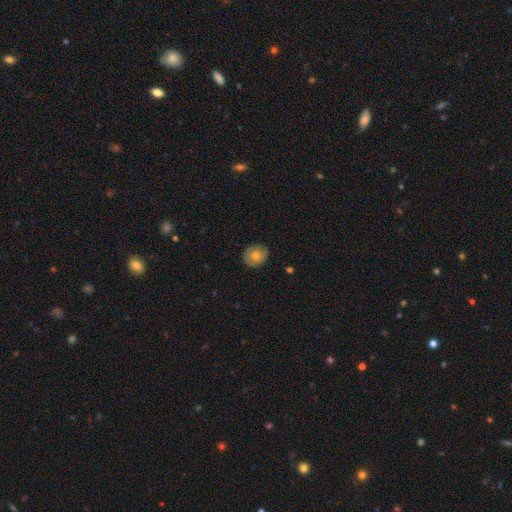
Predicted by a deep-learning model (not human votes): A smooth galaxy with no disk features (65%) that is round (81%).

Vote fractions:
- Smooth or featured? smooth: 65% / featured or disk: 27% / star or artifact: 8%
- How rounded? round: 81% / in between: 18% / cigar-shaped: 1%
- Merging? none: 83% / minor disturbance: 13% / major disturbance: 2% / merger: 1%